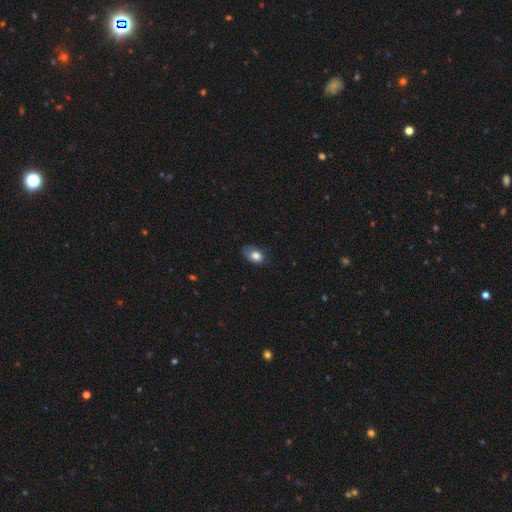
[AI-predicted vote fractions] Smooth or featured? smooth (80%)
How rounded? in between (80%)
Merging? none (56%)